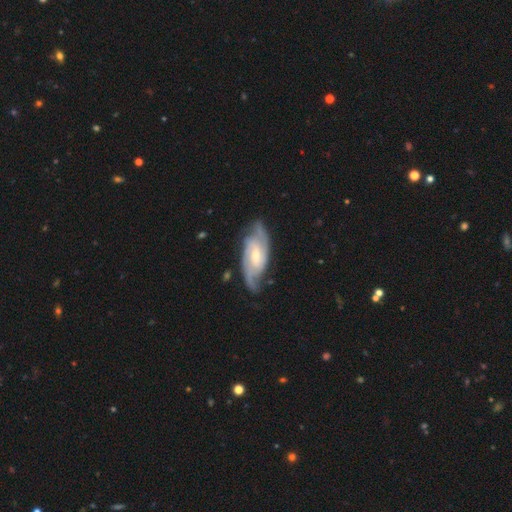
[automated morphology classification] This is clearly a featured or disk galaxy (88%). It is clearly not viewed edge-on (94%). Bar: possibly weak (54%). Spiral arm pattern: clearly yes (97%). Spiral arm count: likely 2 (64%). Spiral winding: possibly medium (46%). Central bulge: possibly moderate (47%). Merging: likely none (75%).